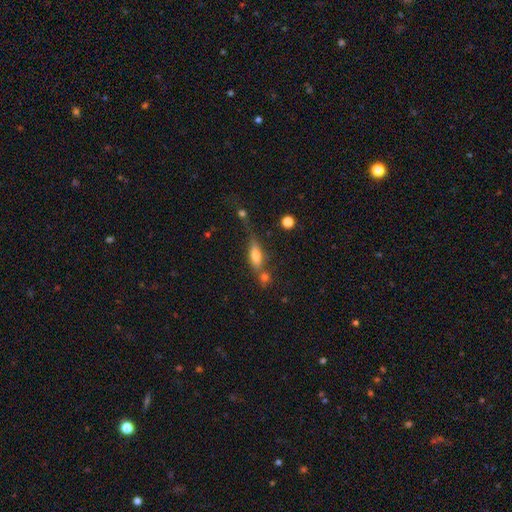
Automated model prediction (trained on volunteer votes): A smooth galaxy with no disk features (61%) that is in between round and cigar-shaped (51%). Merging: none (44%).